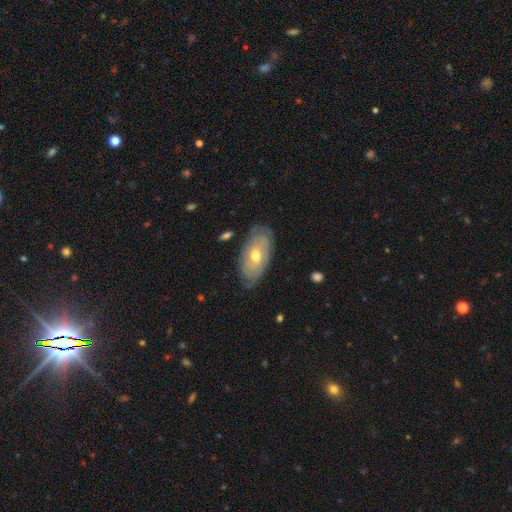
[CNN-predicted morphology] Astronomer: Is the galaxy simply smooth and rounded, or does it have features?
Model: featured or disk — 59%.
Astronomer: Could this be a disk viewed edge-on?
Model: no — 87%.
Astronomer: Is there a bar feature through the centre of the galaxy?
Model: no — 79%.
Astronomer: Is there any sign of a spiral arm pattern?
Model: yes — 58% (runner-up: no, 42%).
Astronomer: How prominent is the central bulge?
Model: moderate — 70%.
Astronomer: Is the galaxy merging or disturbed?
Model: none — 78%.